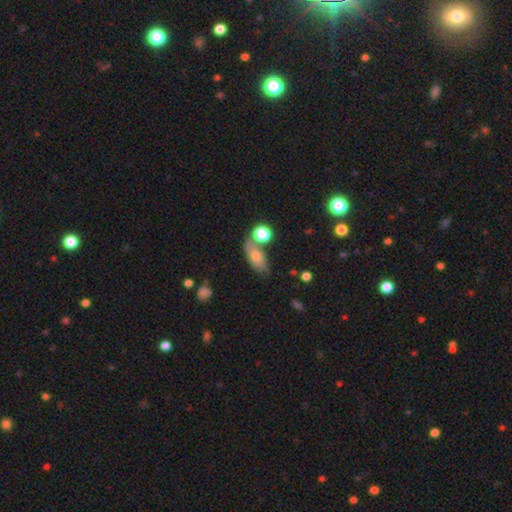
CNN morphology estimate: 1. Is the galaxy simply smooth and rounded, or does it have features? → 69% smooth, 21% featured or disk, 11% star or artifact.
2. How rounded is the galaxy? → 78% in between, 12% cigar-shaped, 10% round.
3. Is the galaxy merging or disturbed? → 56% none, 20% minor disturbance, 18% merger, 7% major disturbance.